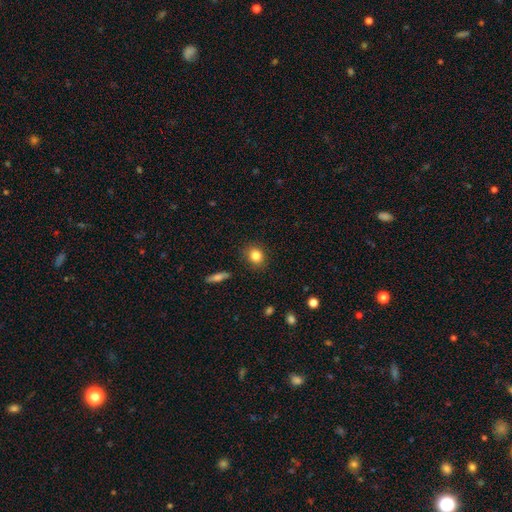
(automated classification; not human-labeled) Smooth or featured?
  - smooth: 83% *
  - star or artifact: 10%
  - featured or disk: 7%
How rounded?
  - round: 72% *
  - in between: 26%
  - cigar-shaped: 1%
Merging?
  - none: 87% *
  - minor disturbance: 9%
  - major disturbance: 3%
  - merger: 1%